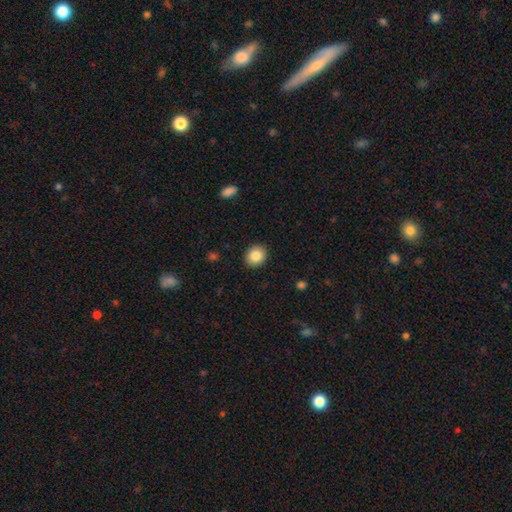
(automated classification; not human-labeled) smooth 85%, star or artifact 9%, featured or disk 6%. Down the decision tree: how rounded — round (73%); merging — none (91%).